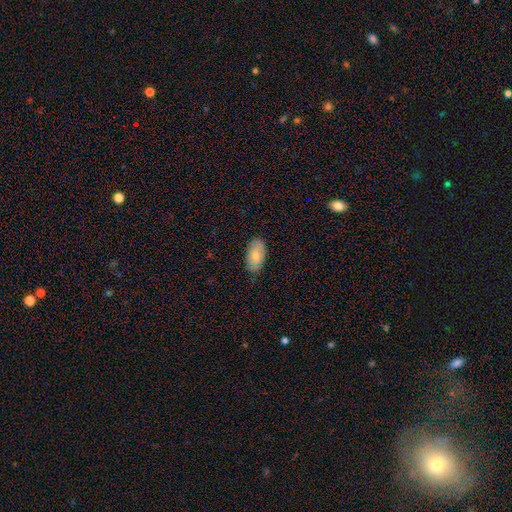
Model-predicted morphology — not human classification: Smooth or featured: smooth — 76% (featured or disk — 18%)
How rounded: in between — 94% (round — 3%)
Merging: none — 76% (minor disturbance — 20%)